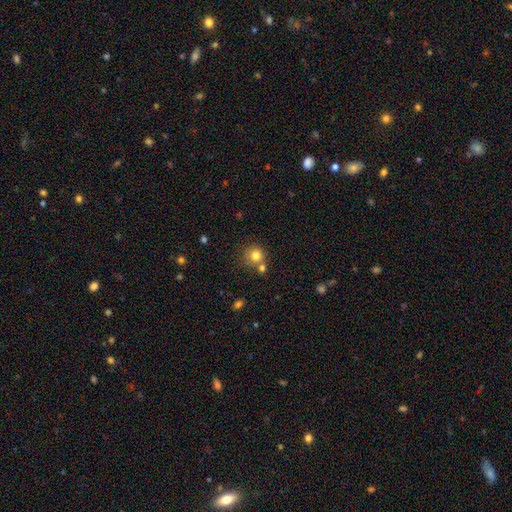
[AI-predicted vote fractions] Smooth or featured: smooth — 79% (star or artifact — 12%)
How rounded: round — 90% (in between — 10%)
Merging: none — 62% (merger — 24%)